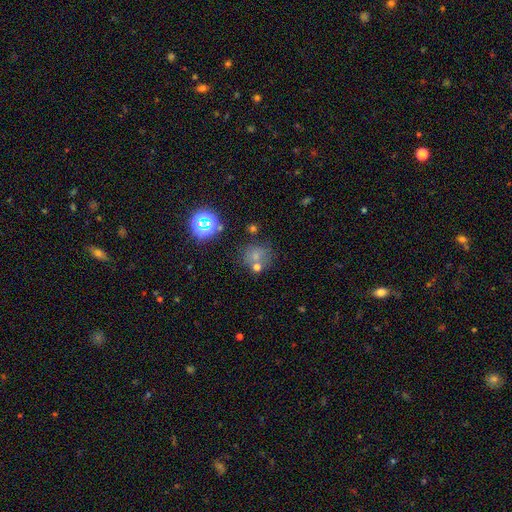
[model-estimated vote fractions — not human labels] Smooth or featured? smooth (61%)
How rounded? round (80%)
Merging? none (59%)